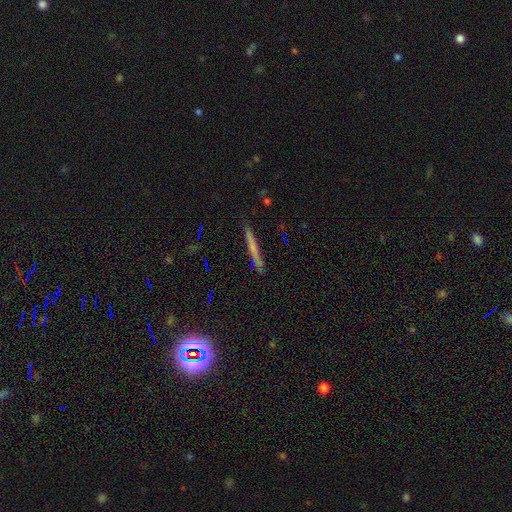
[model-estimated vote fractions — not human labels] Smooth or featured? smooth (37%)
Merging? none (86%)